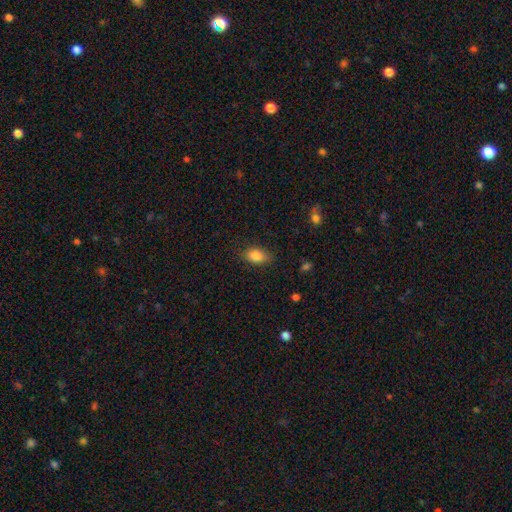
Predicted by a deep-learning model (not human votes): Smooth or featured? Predicted: smooth (p=0.85). How rounded? Predicted: in between (p=0.85). Merging? Predicted: none (p=0.79).